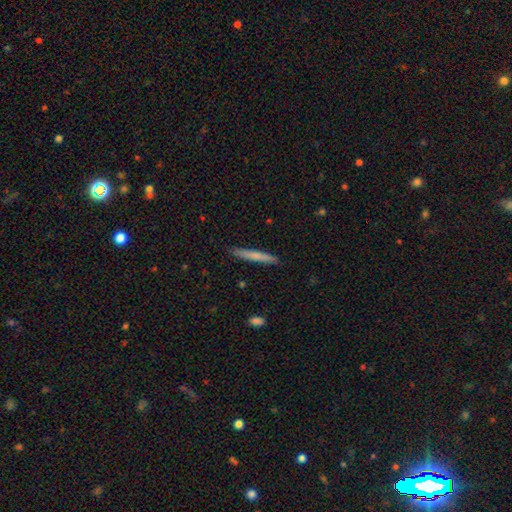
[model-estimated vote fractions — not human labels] smooth 69%, featured or disk 25%, star or artifact 6%. Down the decision tree: how rounded — cigar-shaped (96%); merging — none (91%).